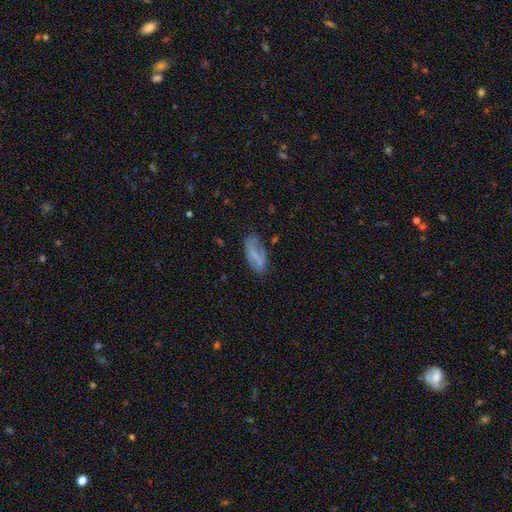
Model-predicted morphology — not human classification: Q: Smooth or featured?
A: smooth (57%); runner-up: featured or disk (33%)
Q: How rounded?
A: in between (79%); runner-up: cigar-shaped (18%)
Q: Merging?
A: none (60%); runner-up: minor disturbance (25%)